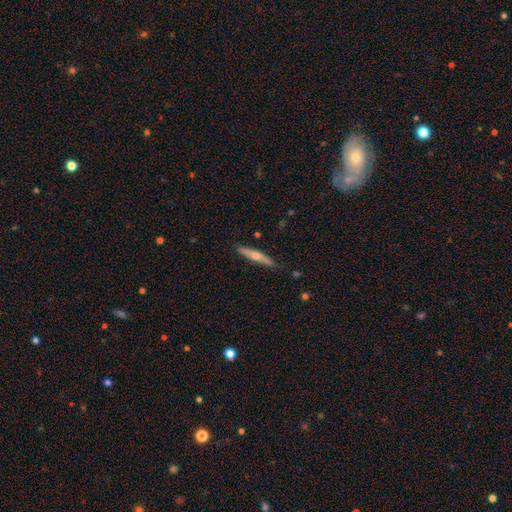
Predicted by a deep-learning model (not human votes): Q: Smooth or featured?
A: featured or disk (49%); runner-up: smooth (45%)
Q: Merging?
A: none (85%); runner-up: minor disturbance (11%)